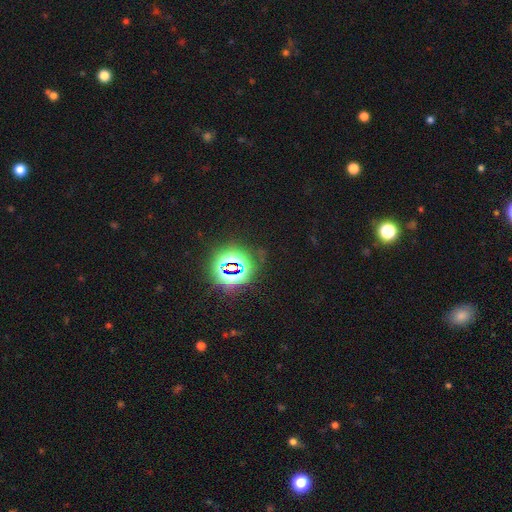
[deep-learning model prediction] smooth-or-featured: star or artifact: 82% | smooth: 11% | featured or disk: 7%